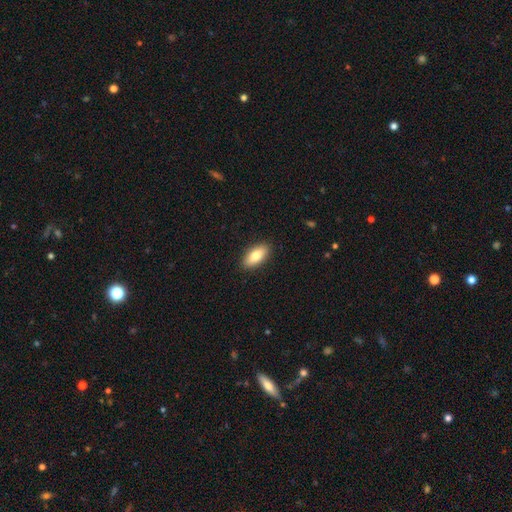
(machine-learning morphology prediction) A smooth galaxy with no disk features (79%) that is in between round and cigar-shaped (87%). Merging: none (90%).